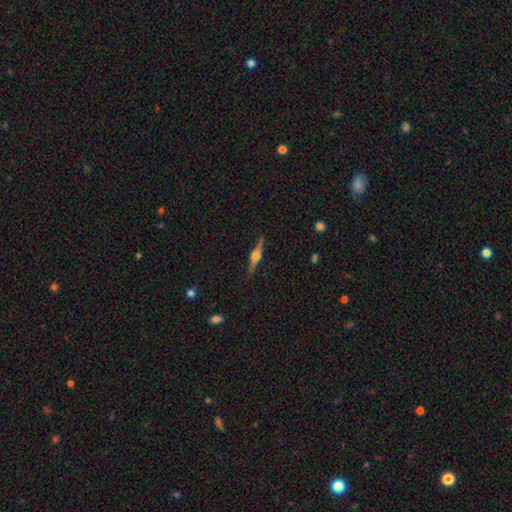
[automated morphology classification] type=featured or disk (79%); edge-on=yes (98%); edge-on bulge=rounded (91%); merging=none (88%).